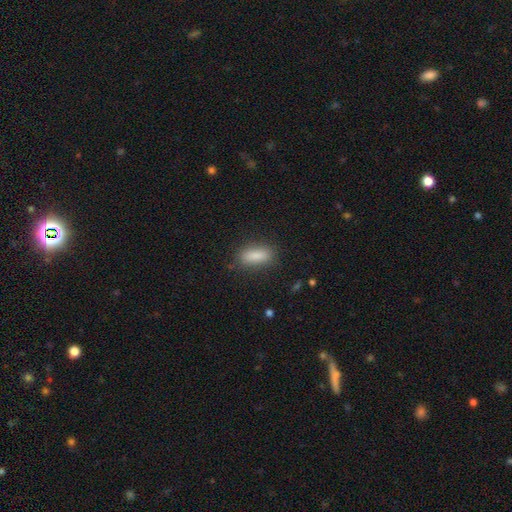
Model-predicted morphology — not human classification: Q: Smooth or featured?
A: smooth (86%); runner-up: star or artifact (7%)
Q: How rounded?
A: in between (69%); runner-up: cigar-shaped (29%)
Q: Merging?
A: none (84%); runner-up: minor disturbance (11%)